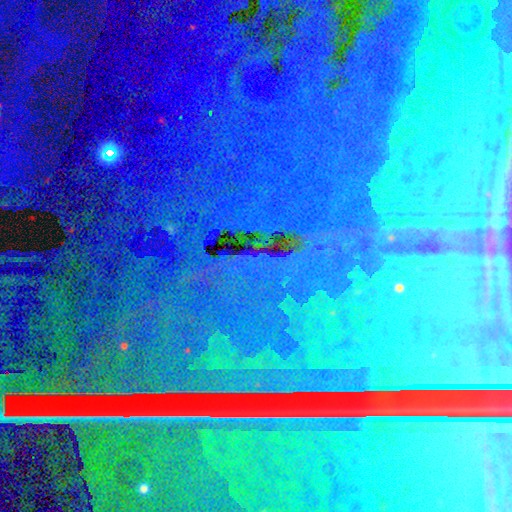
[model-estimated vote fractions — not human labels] smooth-or-featured: star or artifact: 87% | featured or disk: 7% | smooth: 6%